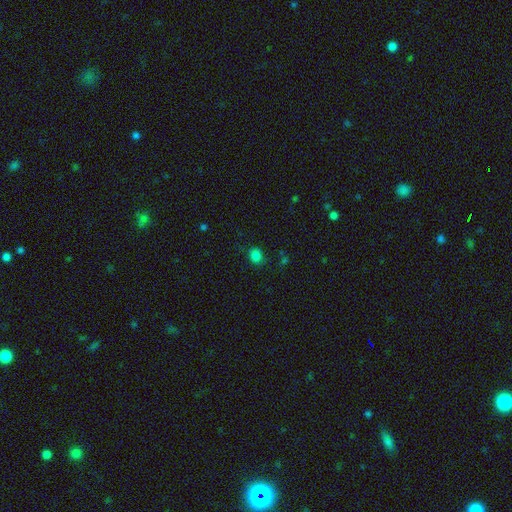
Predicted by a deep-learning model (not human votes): This is clearly a smooth galaxy (81%). How rounded: likely round (74%). Merging: clearly none (83%).